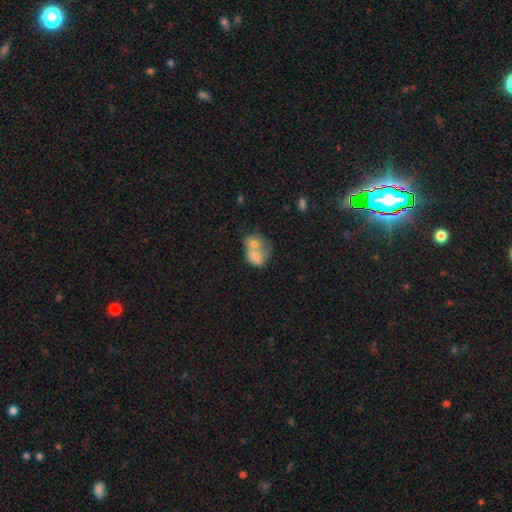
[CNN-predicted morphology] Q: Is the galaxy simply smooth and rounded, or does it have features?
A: smooth — 71%.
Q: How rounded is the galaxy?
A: in between — 55%.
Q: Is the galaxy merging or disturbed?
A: merger — 75%.